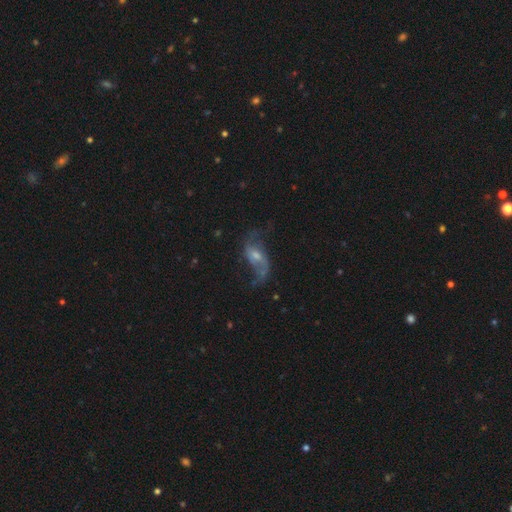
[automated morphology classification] The model was most divided on "bulge size": small: 46%, moderate: 44%, none: 5%, large: 4%, dominant: 1%. Remaining: edge-on disk — no (95%); spiral arms — yes (91%); spiral arm count — 2 (83%); spiral winding — loose (80%); smooth or featured — featured or disk (79%); merging — none (57%); bar — weak (46%).